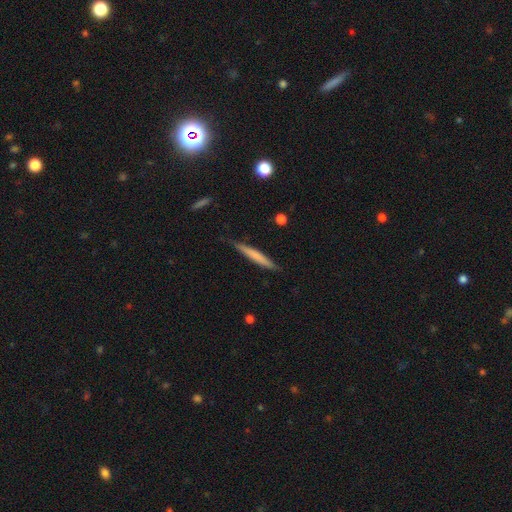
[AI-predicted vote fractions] Morphology: type=smooth (63%); roundness=cigar-shaped (95%); merging=none (83%).